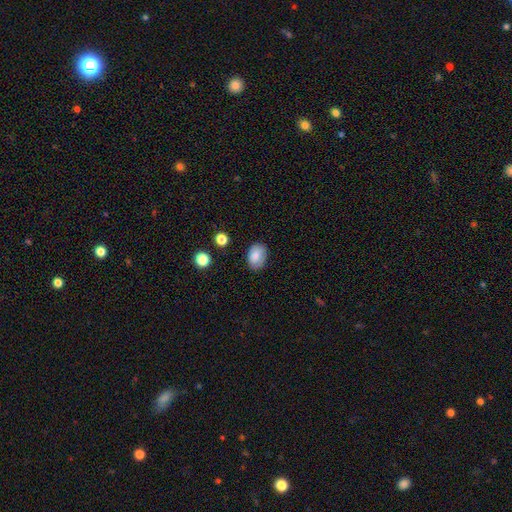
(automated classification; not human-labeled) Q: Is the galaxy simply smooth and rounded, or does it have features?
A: smooth — 85%.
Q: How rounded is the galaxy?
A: in between — 81%.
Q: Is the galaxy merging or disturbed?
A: none — 79%.